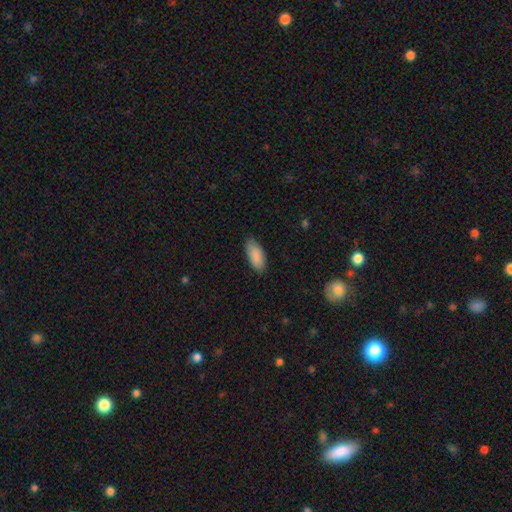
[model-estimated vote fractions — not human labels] This is clearly a smooth galaxy (89%). How rounded: clearly in between (88%). Merging: clearly none (83%).